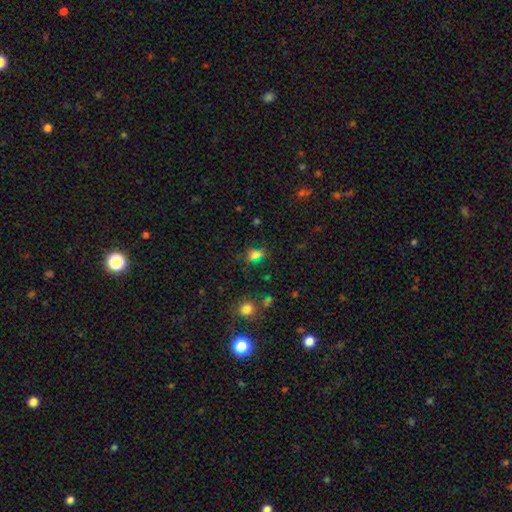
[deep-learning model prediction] Q: Smooth or featured?
A: smooth (53%); runner-up: star or artifact (36%)
Q: How rounded?
A: round (47%); tied with: in between (47%)
Q: Merging?
A: none (69%); runner-up: minor disturbance (15%)